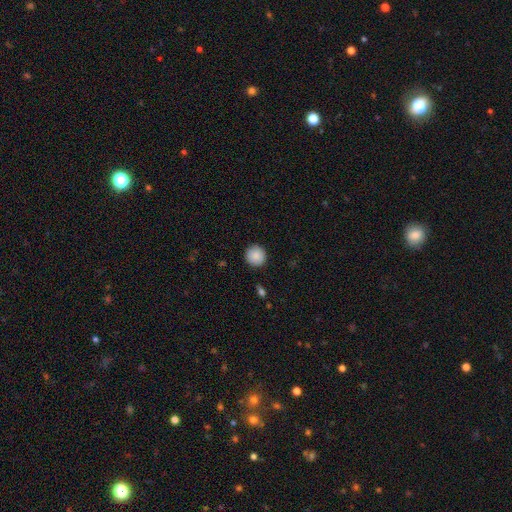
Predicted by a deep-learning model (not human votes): The model was most divided on "smooth or featured": smooth: 89%, star or artifact: 8%, featured or disk: 4%. More confident: how rounded — round (94%); merging — none (91%).